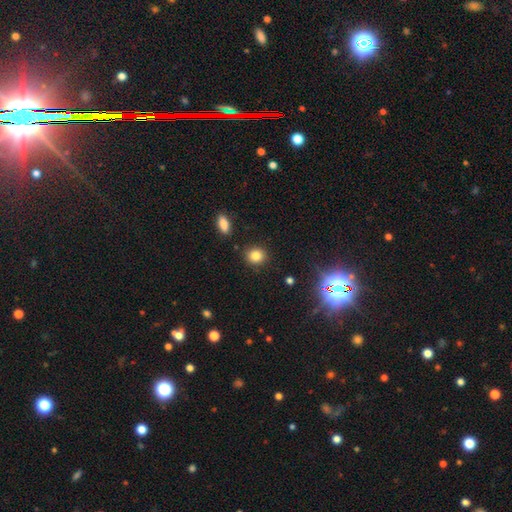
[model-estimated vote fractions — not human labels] The model was most divided on "how rounded": round: 79%, in between: 20%, cigar-shaped: 1%. More confident: merging — none (87%); smooth or featured — smooth (83%).